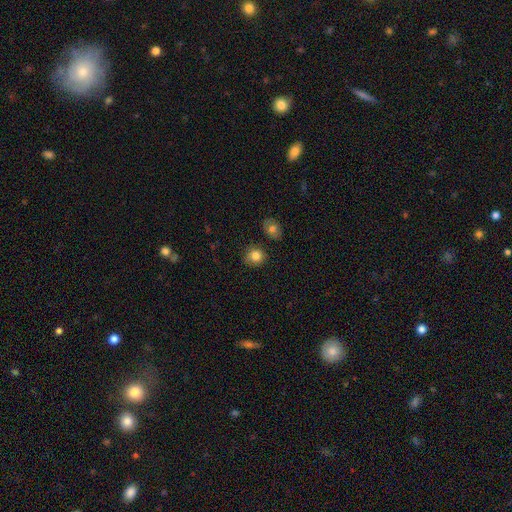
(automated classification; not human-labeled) smooth_or_featured: smooth (p=0.83) [alt: star or artifact p=0.10]
how_rounded: round (p=0.81) [alt: in between p=0.18]
merging: none (p=0.82) [alt: minor disturbance p=0.11]